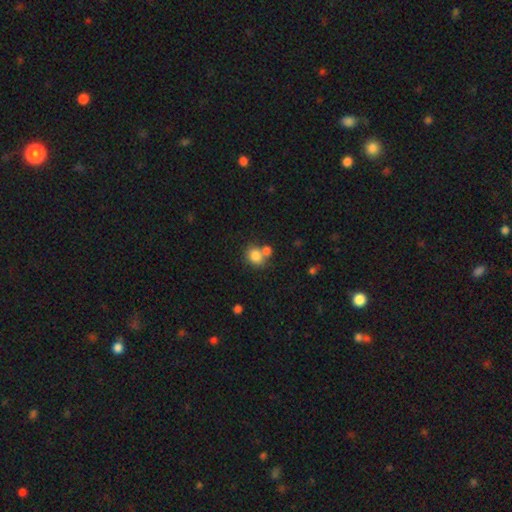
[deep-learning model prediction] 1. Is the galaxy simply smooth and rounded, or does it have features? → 82% smooth, 10% star or artifact, 8% featured or disk.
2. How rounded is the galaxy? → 67% round, 32% in between, 1% cigar-shaped.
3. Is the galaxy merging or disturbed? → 51% none, 35% merger, 11% minor disturbance, 4% major disturbance.